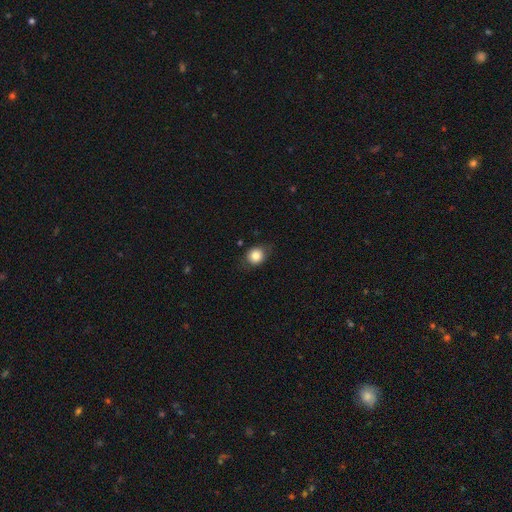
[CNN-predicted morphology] The model was most divided on "how rounded": round: 72%, in between: 27%, cigar-shaped: 1%. More confident: smooth or featured — smooth (81%); merging — none (76%).